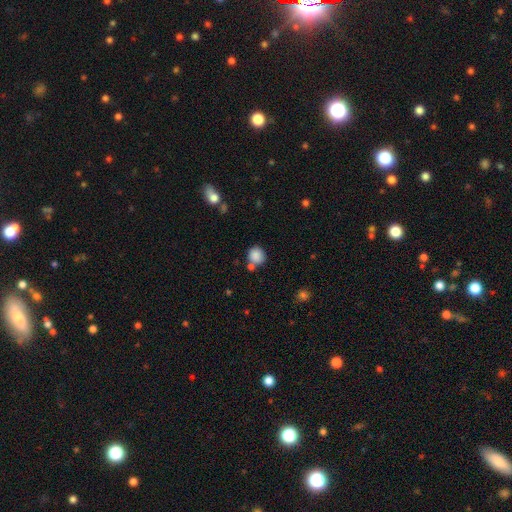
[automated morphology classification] smooth_or_featured: smooth (p=0.86) [alt: star or artifact p=0.09]
how_rounded: round (p=0.81) [alt: in between p=0.18]
merging: none (p=0.66) [alt: merger p=0.17]